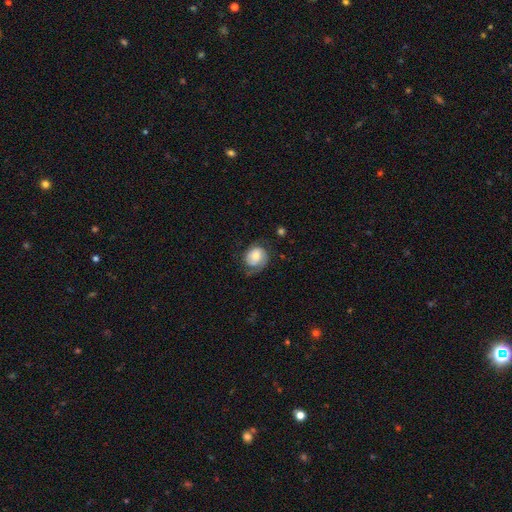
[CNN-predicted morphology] This appears to be a featured or disk galaxy (55%) with no bar (72%), spiral arms (87%) and a moderate central bulge (49%). Merging: none (56%).